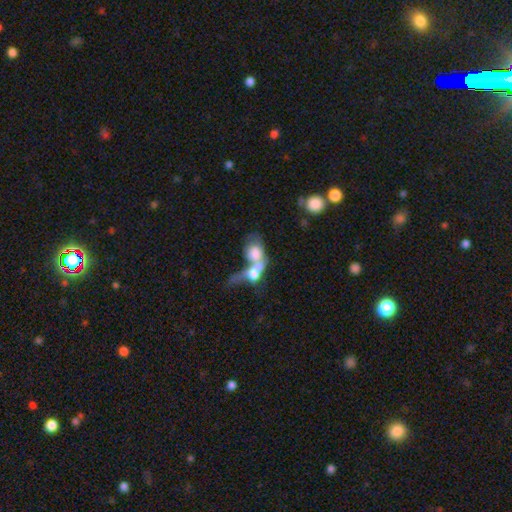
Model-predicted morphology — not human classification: Q: Smooth or featured?
A: smooth (55%); runner-up: featured or disk (35%)
Q: How rounded?
A: in between (65%); runner-up: round (31%)
Q: Merging?
A: merger (73%); runner-up: major disturbance (13%)